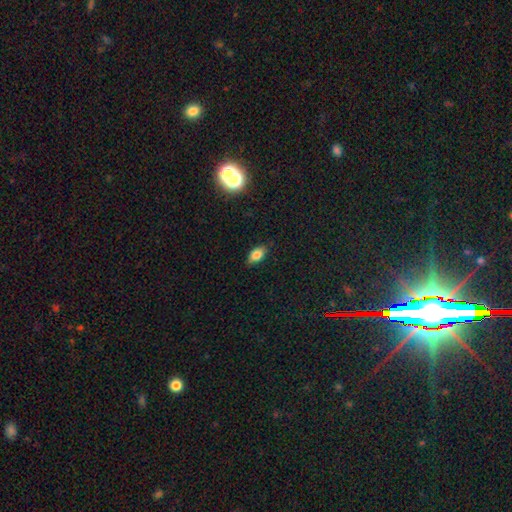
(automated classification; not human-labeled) Overall: smooth (80%). How rounded: in between (89%). Merging: none (84%).